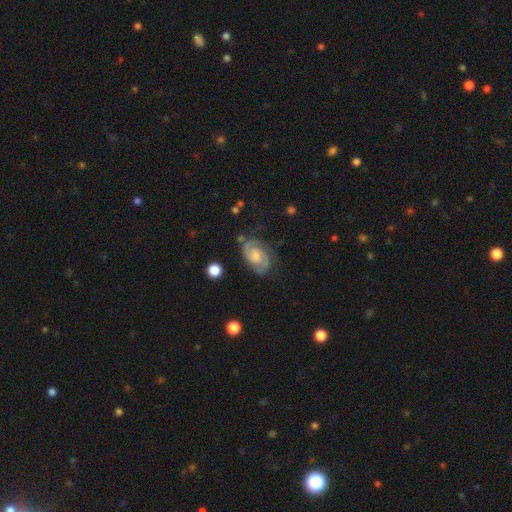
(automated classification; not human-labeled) Q: Smooth or featured?
A: featured or disk (80%); runner-up: smooth (14%)
Q: Edge-on disk?
A: no (97%); runner-up: yes (3%)
Q: Bar?
A: no (57%); runner-up: weak (36%)
Q: Spiral arms?
A: yes (95%); runner-up: no (5%)
Q: Spiral winding?
A: medium (45%); runner-up: tight (43%)
Q: Spiral arm count?
A: 2 (86%); runner-up: can't tell (7%)
Q: Bulge size?
A: small (41%); runner-up: moderate (38%)
Q: Merging?
A: none (71%); runner-up: minor disturbance (18%)